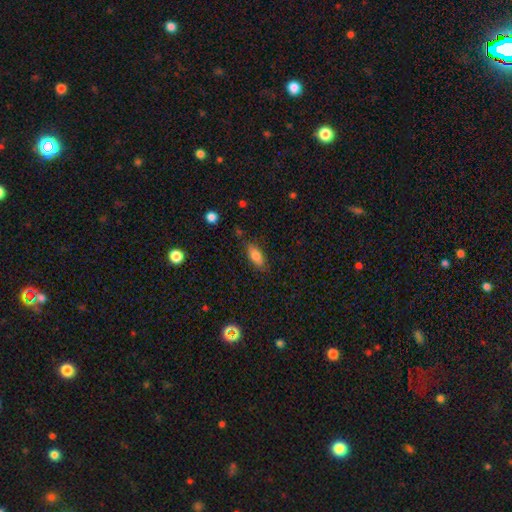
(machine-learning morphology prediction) Q: Smooth or featured?
A: smooth (78%); runner-up: featured or disk (14%)
Q: How rounded?
A: in between (82%); runner-up: cigar-shaped (15%)
Q: Merging?
A: none (80%); runner-up: minor disturbance (15%)